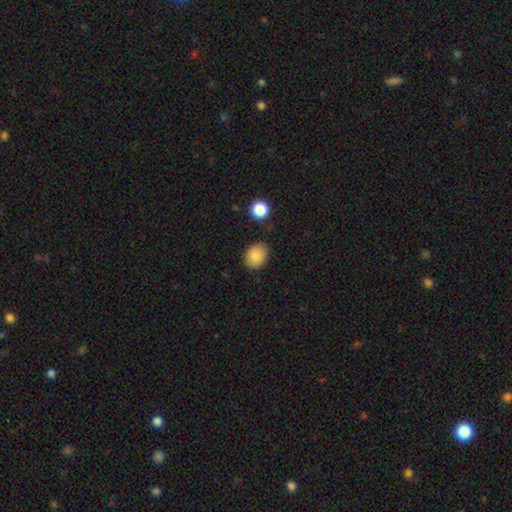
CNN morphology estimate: smooth_or_featured: smooth (p=0.85) [alt: star or artifact p=0.09]
how_rounded: round (p=0.54) [alt: in between p=0.46]
merging: none (p=0.80) [alt: minor disturbance p=0.14]